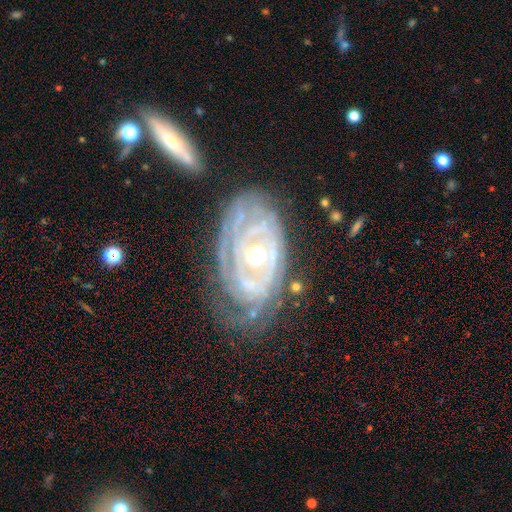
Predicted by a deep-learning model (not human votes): Smooth or featured? featured or disk (88%)
Edge-on disk? no (94%)
Bar? no (68%)
Spiral arms? yes (91%)
Spiral winding? tight (80%)
Spiral arm count? can't tell (40%)
Bulge size? moderate (74%)
Merging? none (63%)